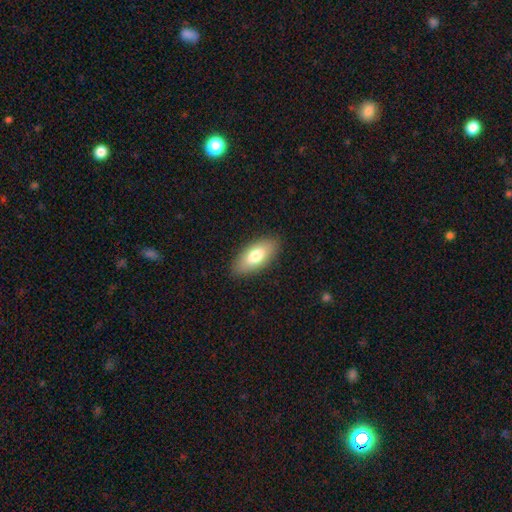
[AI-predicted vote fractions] Smooth or featured: smooth — 75% (featured or disk — 19%)
How rounded: in between — 88% (cigar-shaped — 10%)
Merging: none — 87% (minor disturbance — 9%)